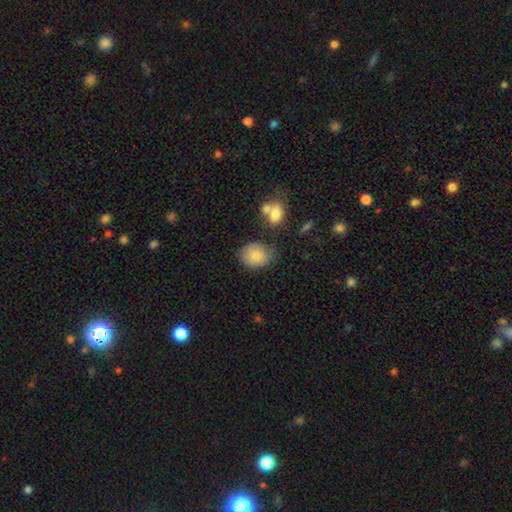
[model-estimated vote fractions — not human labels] The model was most divided on "how rounded": in between: 54%, round: 45%, cigar-shaped: 1%. More confident: smooth or featured — smooth (81%); merging — none (62%).